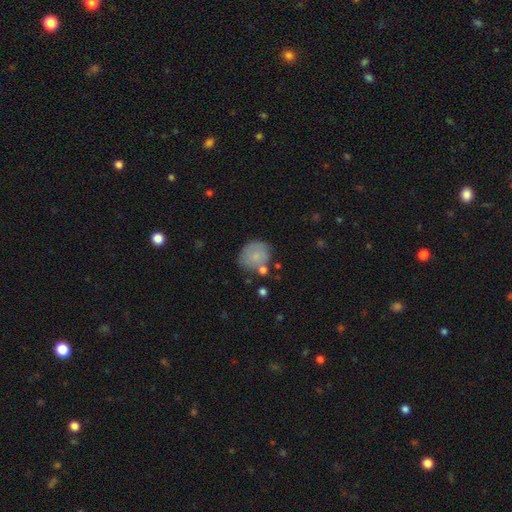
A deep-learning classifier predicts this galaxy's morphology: Smooth or featured: smooth — 75% (featured or disk — 17%)
How rounded: round — 73% (in between — 26%)
Merging: none — 61% (minor disturbance — 21%)